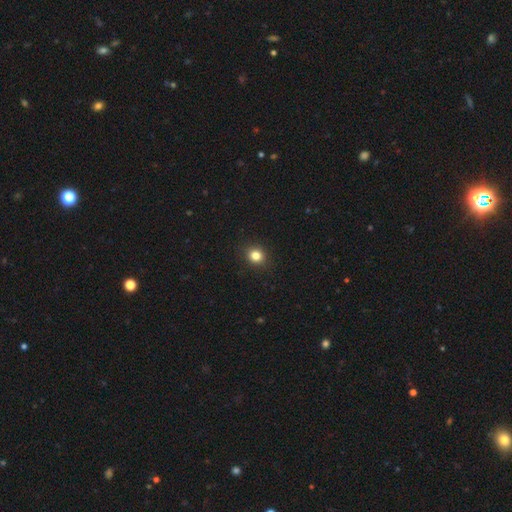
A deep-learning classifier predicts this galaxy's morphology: A smooth galaxy with no disk features (82%) that is round (75%).

Vote fractions:
- Smooth or featured? smooth: 82% / star or artifact: 12% / featured or disk: 5%
- How rounded? round: 75% / in between: 24% / cigar-shaped: 1%
- Merging? none: 90% / minor disturbance: 7% / major disturbance: 2% / merger: 1%